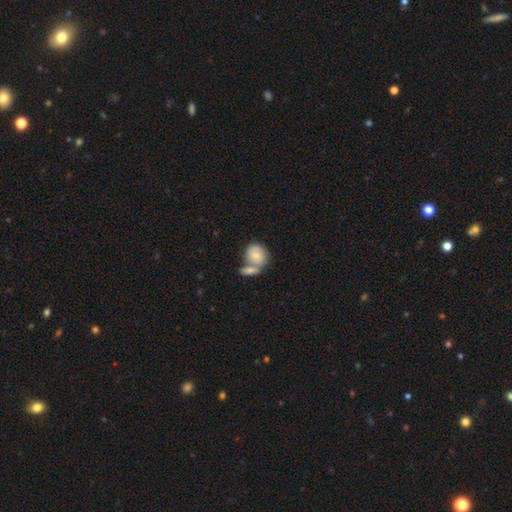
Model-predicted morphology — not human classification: This appears to be a smooth galaxy with no disk features (69%) that is round (59%). Merging: merger (59%).